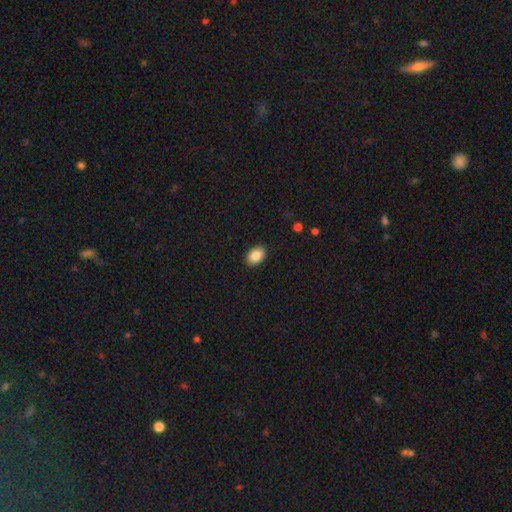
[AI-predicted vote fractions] Smooth or featured: smooth — 87% (star or artifact — 8%)
How rounded: in between — 82% (round — 17%)
Merging: none — 90% (minor disturbance — 7%)